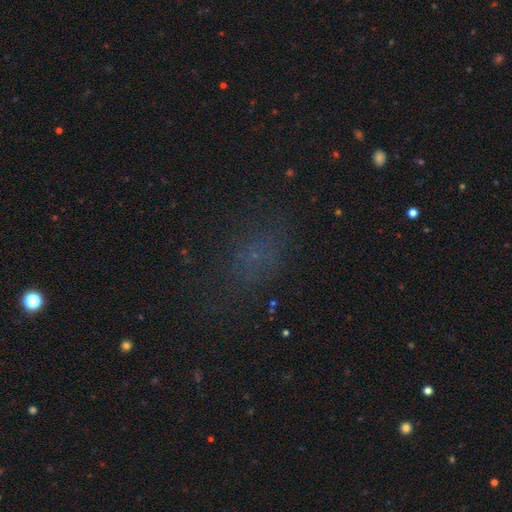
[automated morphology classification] type=smooth (52%); roundness=in between (67%); merging=none (67%).